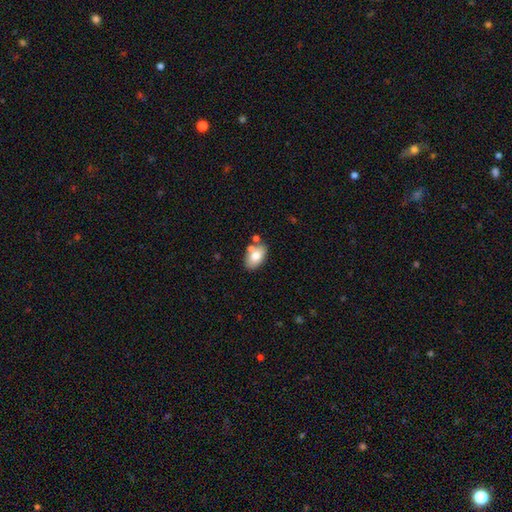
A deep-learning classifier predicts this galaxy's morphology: Smooth or featured?
  - smooth: 75% *
  - featured or disk: 18%
  - star or artifact: 8%
How rounded?
  - in between: 91% *
  - round: 8%
  - cigar-shaped: 2%
Merging?
  - none: 68% *
  - merger: 15%
  - minor disturbance: 13%
  - major disturbance: 3%